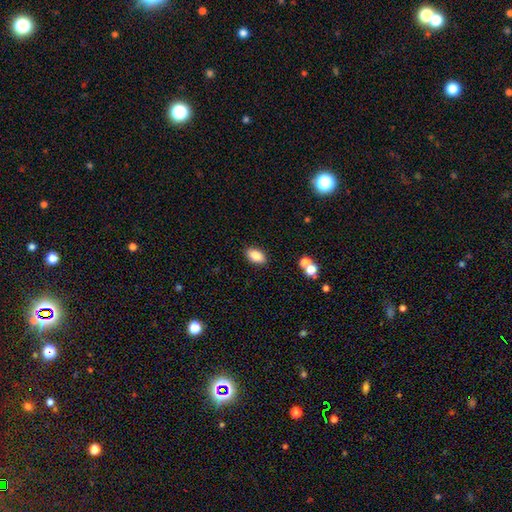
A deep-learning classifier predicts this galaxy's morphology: A smooth galaxy with no disk features (85%) that is in between round and cigar-shaped (92%).

Vote fractions:
- Smooth or featured? smooth: 85% / star or artifact: 8% / featured or disk: 6%
- How rounded? in between: 92% / round: 5% / cigar-shaped: 3%
- Merging? none: 87% / minor disturbance: 8% / major disturbance: 2% / merger: 2%